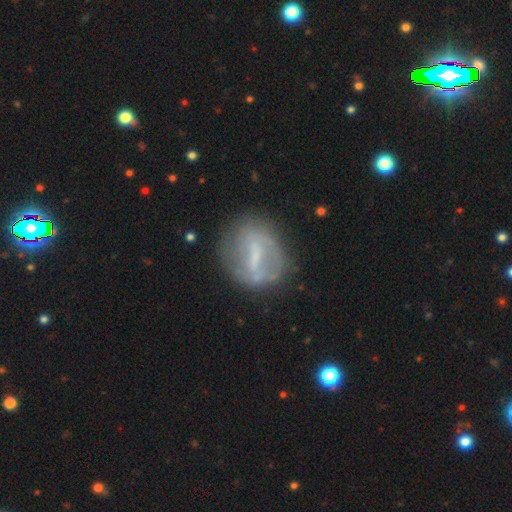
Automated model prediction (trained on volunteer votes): Smooth or featured? featured or disk (59%)
Edge-on disk? no (91%)
Bar? strong (58%)
Spiral arms? no (60%)
Bulge size? none (38%, tied with small)
Merging? none (72%)